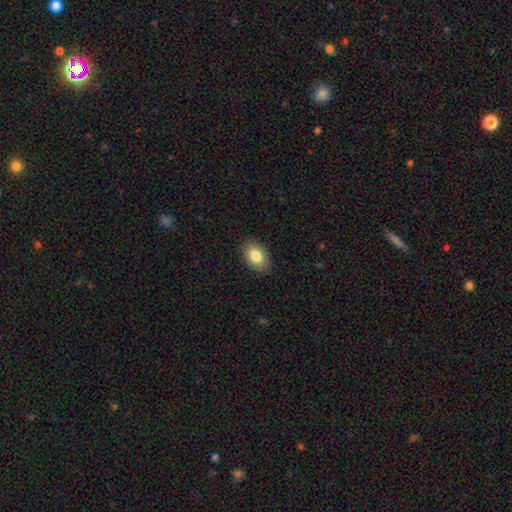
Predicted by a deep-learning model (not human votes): This appears to be a smooth galaxy with no disk features (84%) that is in between round and cigar-shaped (85%). Merging: none (87%).